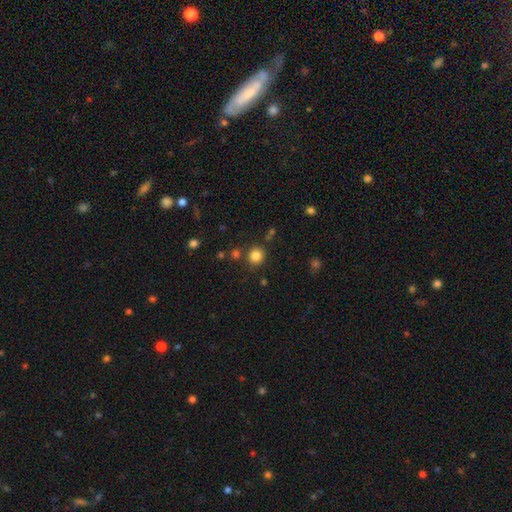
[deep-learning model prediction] smooth_or_featured: smooth (p=0.83) [alt: star or artifact p=0.12]
how_rounded: round (p=0.89) [alt: in between p=0.10]
merging: none (p=0.83) [alt: minor disturbance p=0.08]